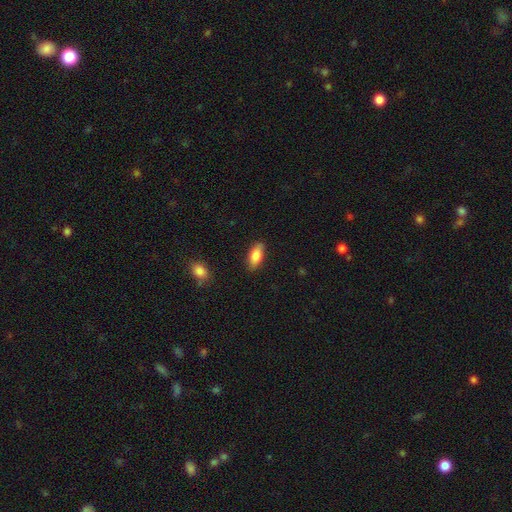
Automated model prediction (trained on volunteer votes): Q: Smooth or featured?
A: smooth (85%); runner-up: featured or disk (9%)
Q: How rounded?
A: in between (84%); runner-up: cigar-shaped (13%)
Q: Merging?
A: none (85%); runner-up: minor disturbance (11%)